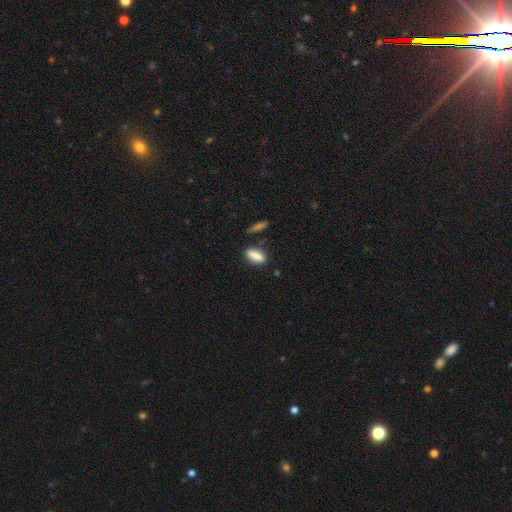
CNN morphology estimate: This appears to be a smooth galaxy with no disk features (85%) that is in between round and cigar-shaped (72%). Merging: none (75%).